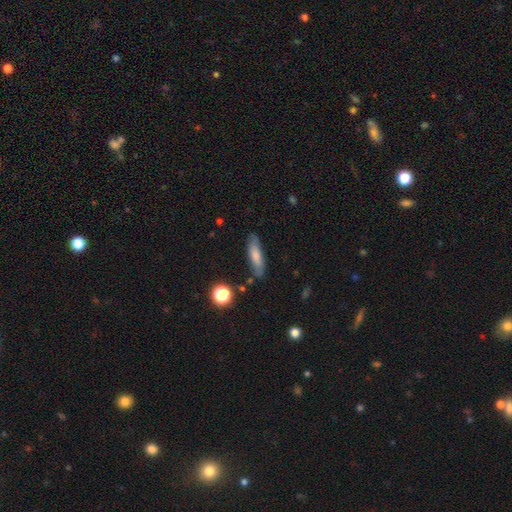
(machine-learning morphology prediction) Smooth or featured: smooth — 71% (featured or disk — 21%)
How rounded: cigar-shaped — 65% (in between — 33%)
Merging: none — 79% (minor disturbance — 15%)